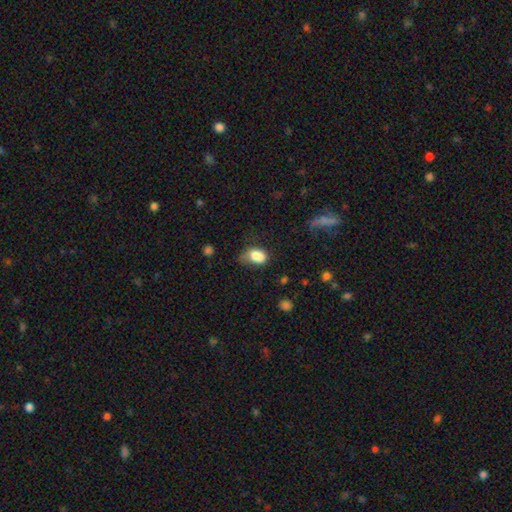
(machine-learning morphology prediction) Overall: smooth (81%). How rounded: in between (78%). Merging: minor disturbance (39%; none 35%).